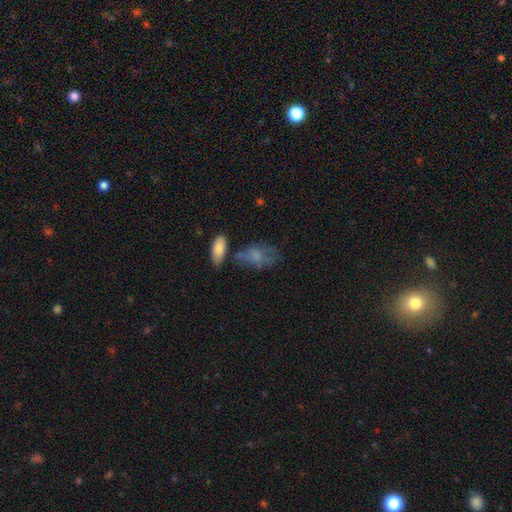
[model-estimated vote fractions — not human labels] A smooth galaxy with no disk features (65%) that is in between round and cigar-shaped (86%). Merging: none (42%).